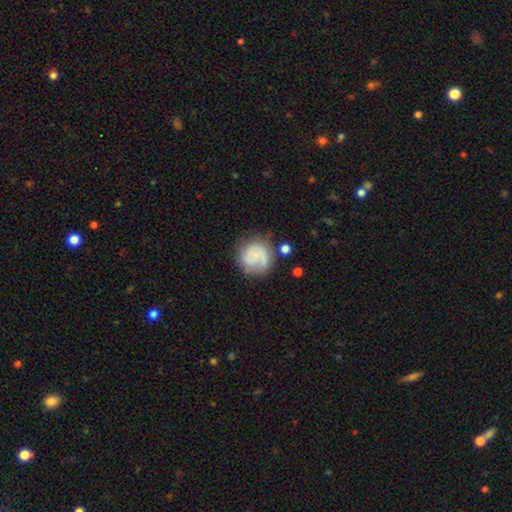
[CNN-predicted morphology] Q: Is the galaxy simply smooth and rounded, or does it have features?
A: smooth — 53%.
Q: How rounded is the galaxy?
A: round — 87%.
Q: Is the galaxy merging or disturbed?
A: none — 58%.